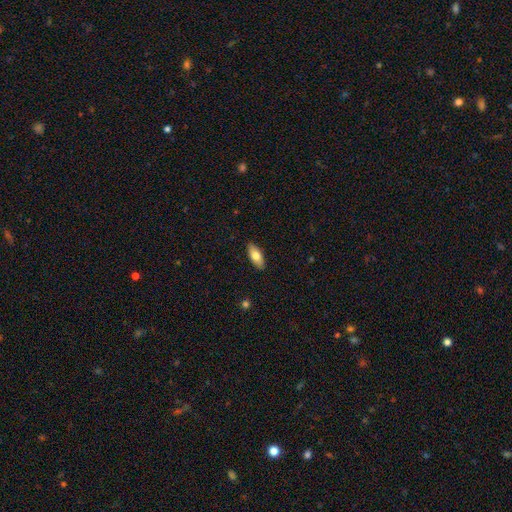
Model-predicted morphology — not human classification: The model was most divided on "smooth or featured": smooth: 74%, featured or disk: 20%, star or artifact: 6%. More confident: merging — none (89%); how rounded — in between (83%).